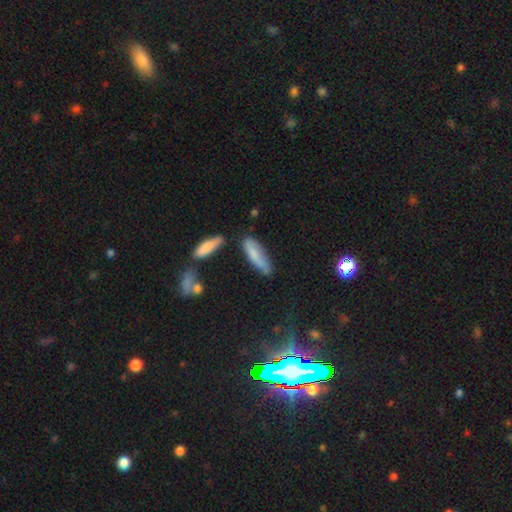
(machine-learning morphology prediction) A smooth galaxy with no disk features (73%) that is cigar-shaped (56%).

Vote fractions:
- Smooth or featured? smooth: 73% / featured or disk: 20% / star or artifact: 7%
- How rounded? cigar-shaped: 56% / in between: 42% / round: 2%
- Merging? none: 56% / minor disturbance: 27% / merger: 9% / major disturbance: 8%